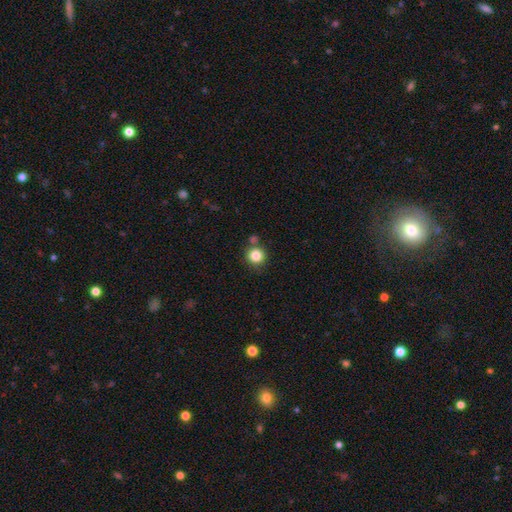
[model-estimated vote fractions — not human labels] Overall: smooth (83%). How rounded: round (93%). Merging: none (74%).